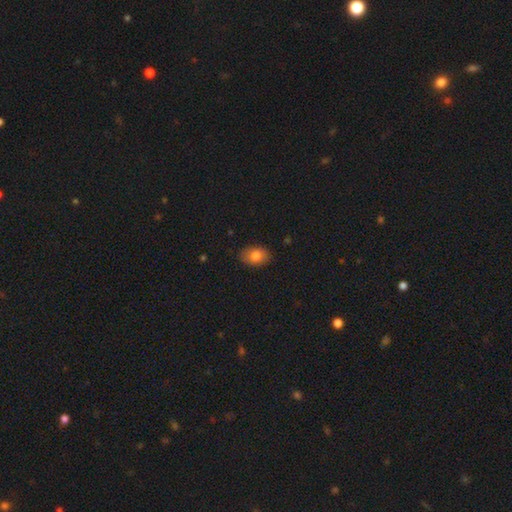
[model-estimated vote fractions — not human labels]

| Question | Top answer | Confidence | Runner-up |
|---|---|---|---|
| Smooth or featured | smooth | 81% | featured or disk (11%) |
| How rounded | in between | 81% | round (18%) |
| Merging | none | 86% | minor disturbance (11%) |